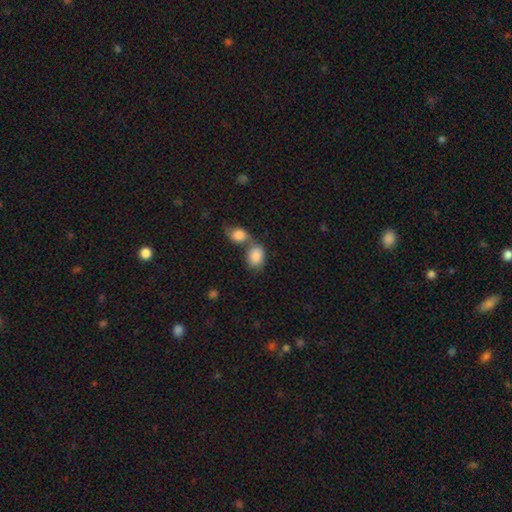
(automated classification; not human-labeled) Morphology: type=smooth (84%); roundness=in between (67%); merging=merger (59%).